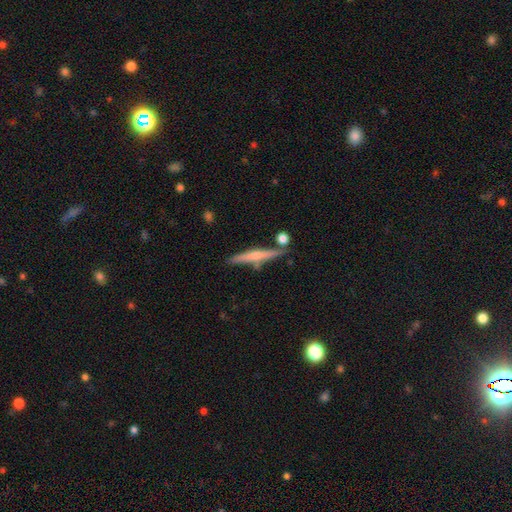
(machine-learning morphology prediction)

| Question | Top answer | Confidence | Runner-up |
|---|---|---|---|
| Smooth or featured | featured or disk | 51% | smooth (42%) |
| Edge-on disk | yes | 96% | no (4%) |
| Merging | none | 78% | minor disturbance (11%) |